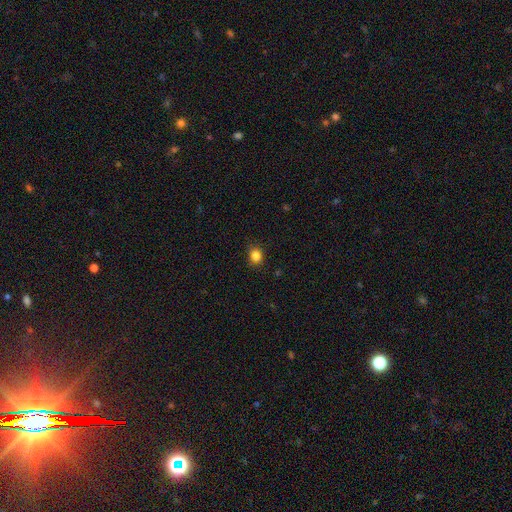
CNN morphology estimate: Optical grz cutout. It shows a smooth galaxy with no disk features (84%) that is round (71%). Merging: none (87%).